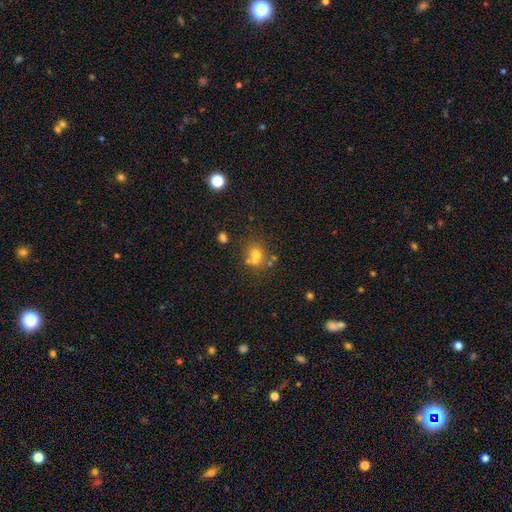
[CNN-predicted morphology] This is likely a smooth galaxy (62%). How rounded: likely round (74%). Merging: possibly none (50%).